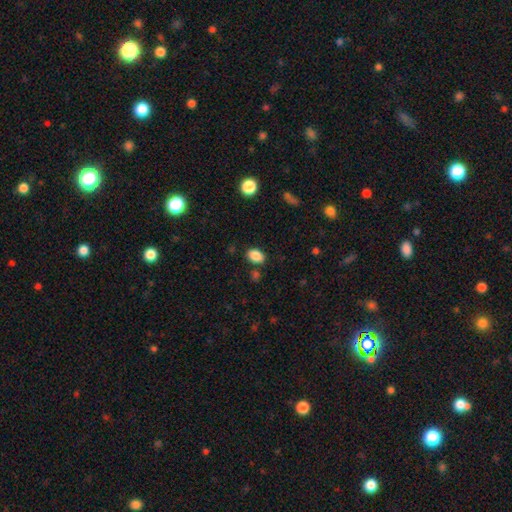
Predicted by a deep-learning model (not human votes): The model was most divided on "how rounded": in between: 81%, round: 17%, cigar-shaped: 1%. More confident: smooth or featured — smooth (86%); merging — none (82%).